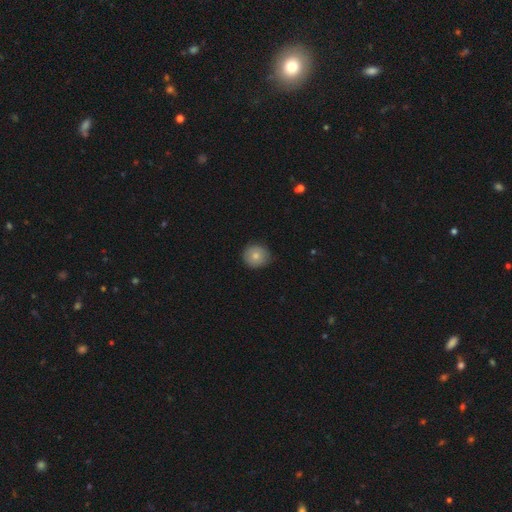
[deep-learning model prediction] Morphology: type=smooth (79%); roundness=round (91%); merging=none (81%).